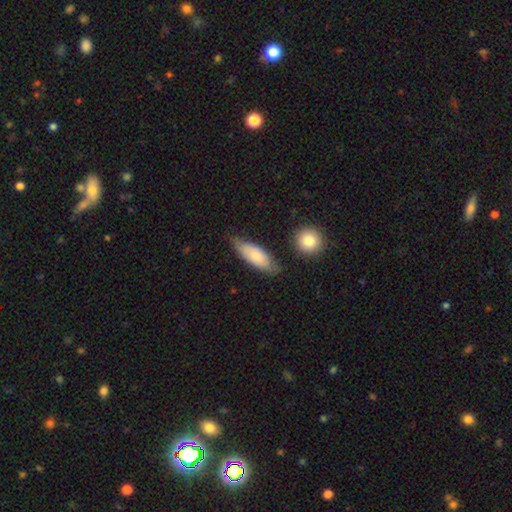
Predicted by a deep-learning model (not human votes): Smooth or featured?
  - smooth: 71% *
  - featured or disk: 24%
  - star or artifact: 5%
How rounded?
  - in between: 70% *
  - cigar-shaped: 28%
  - round: 2%
Merging?
  - none: 66% *
  - minor disturbance: 25%
  - major disturbance: 5%
  - merger: 5%